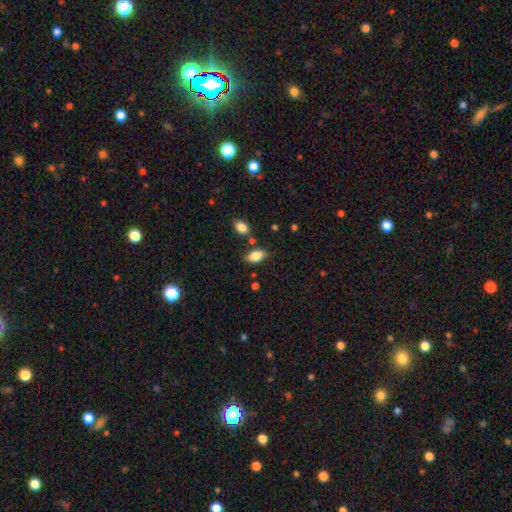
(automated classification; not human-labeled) The model was most divided on "merging": none: 75%, minor disturbance: 15%, merger: 7%, major disturbance: 3%. More confident: how rounded — in between (90%); smooth or featured — smooth (82%).